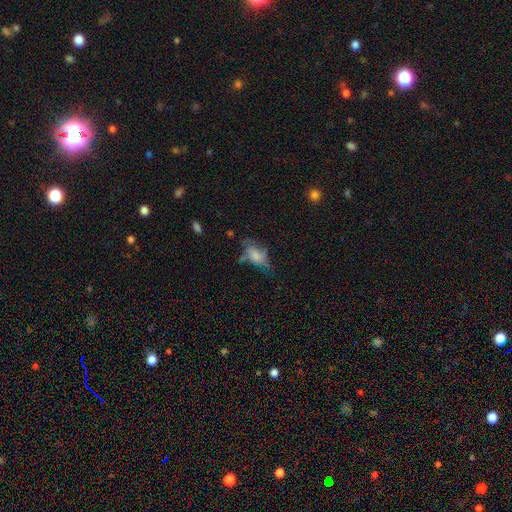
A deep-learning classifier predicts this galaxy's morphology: Smooth or featured?
  - smooth: 68% *
  - featured or disk: 23%
  - star or artifact: 9%
How rounded?
  - in between: 89% *
  - round: 6%
  - cigar-shaped: 4%
Merging?
  - none: 38% *
  - minor disturbance: 32%
  - major disturbance: 24%
  - merger: 6%